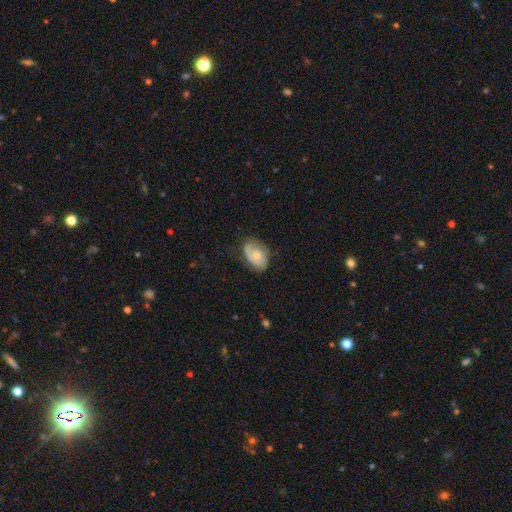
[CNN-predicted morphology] featured or disk 49%, smooth 44%, star or artifact 7%. Down the decision tree: merging — none (66%).